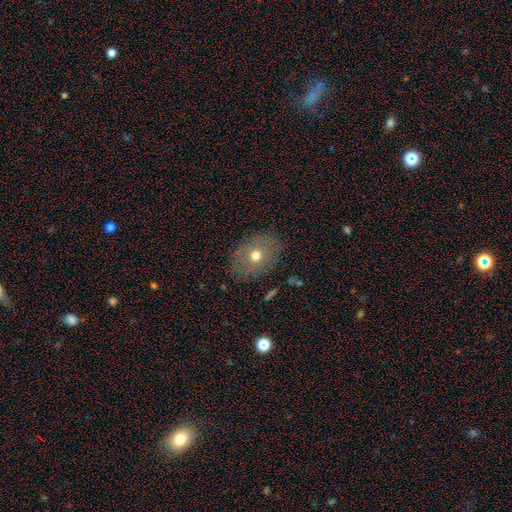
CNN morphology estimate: The model was most divided on "how rounded": in between: 59%, round: 40%, cigar-shaped: 1%. More confident: merging — none (83%); smooth or featured — smooth (63%).